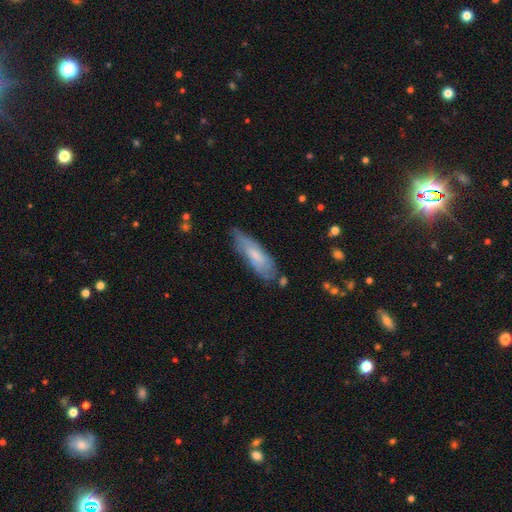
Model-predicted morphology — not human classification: Smooth or featured? smooth (59%)
How rounded? cigar-shaped (56%)
Merging? none (63%)